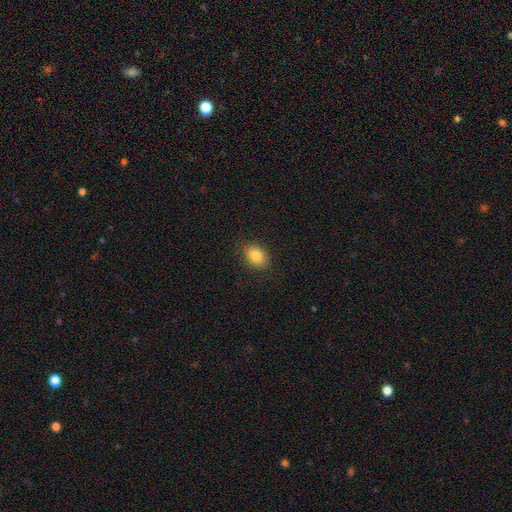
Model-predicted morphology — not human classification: This is clearly a smooth galaxy (83%). How rounded: likely in between (69%). Merging: clearly none (86%).